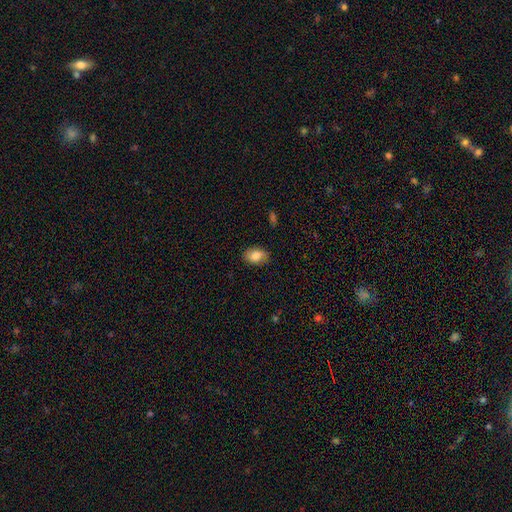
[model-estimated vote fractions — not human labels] Overall: smooth (85%). How rounded: in between (83%). Merging: none (79%).